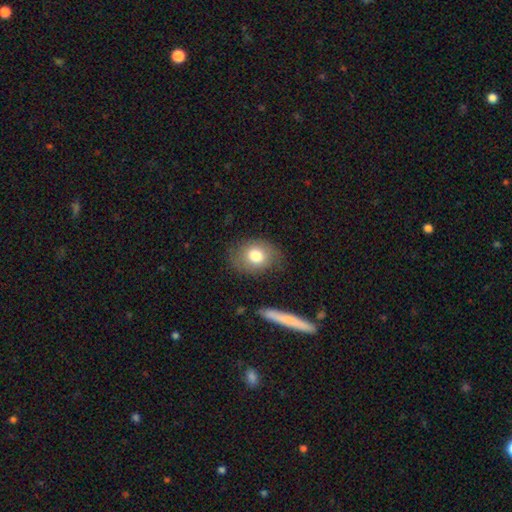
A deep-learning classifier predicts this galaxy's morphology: Smooth or featured: smooth — 76% (featured or disk — 16%)
How rounded: in between — 50% (round — 48%)
Merging: none — 75% (minor disturbance — 17%)